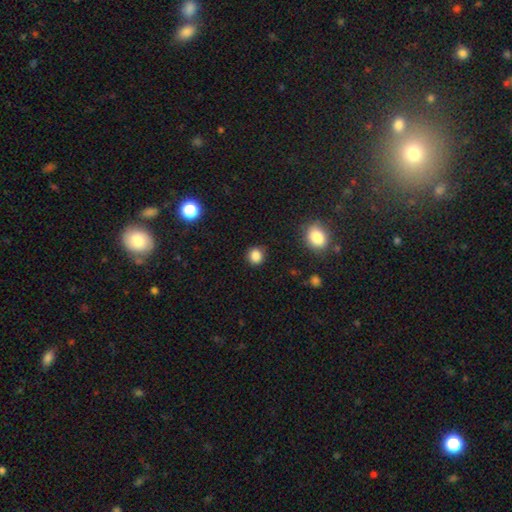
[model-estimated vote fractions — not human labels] Smooth or featured?
  - smooth: 86% *
  - star or artifact: 11%
  - featured or disk: 3%
How rounded?
  - round: 87% *
  - in between: 12%
  - cigar-shaped: 1%
Merging?
  - none: 89% *
  - minor disturbance: 8%
  - major disturbance: 2%
  - merger: 1%